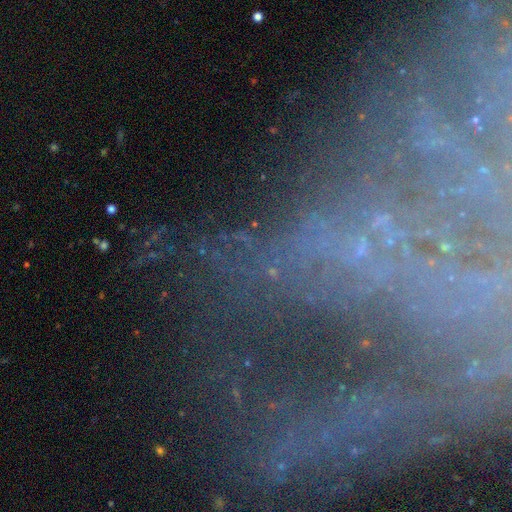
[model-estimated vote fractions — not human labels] Q: Smooth or featured?
A: featured or disk (49%); runner-up: star or artifact (36%)
Q: Merging?
A: none (60%); runner-up: major disturbance (18%)